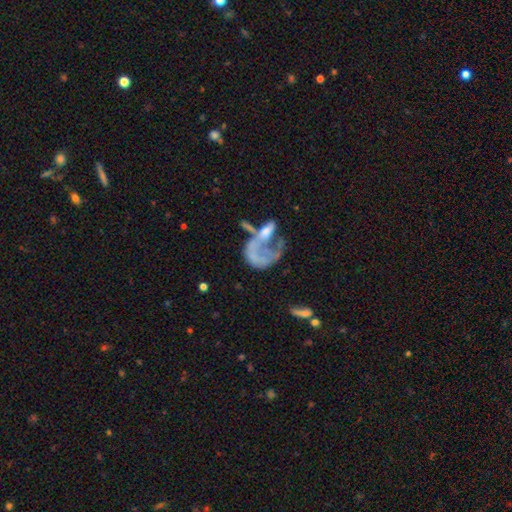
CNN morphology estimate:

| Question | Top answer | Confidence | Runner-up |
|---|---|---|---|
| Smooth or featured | featured or disk | 58% | smooth (32%) |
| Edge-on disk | no | 97% | yes (3%) |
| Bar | no | 85% | weak (11%) |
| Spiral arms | no | 74% | yes (26%) |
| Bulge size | none | 63% | moderate (15%) |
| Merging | major disturbance | 43% | merger (33%) |